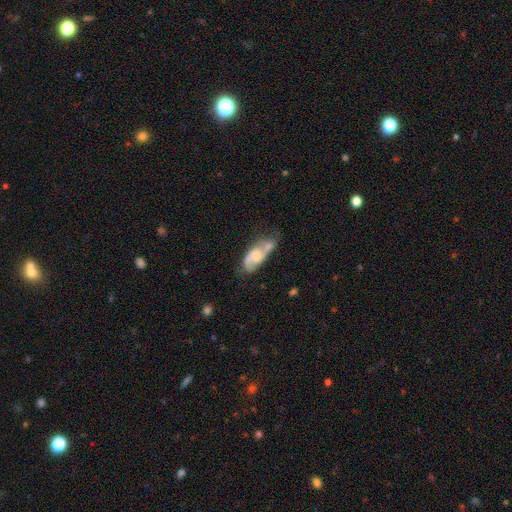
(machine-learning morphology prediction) A featured or disk galaxy (61%) with no bar (59%), spiral arms (85%) and a small central bulge (45%).

Vote fractions:
- Smooth or featured? featured or disk: 61% / smooth: 32% / star or artifact: 6%
- Edge-on disk? no: 94% / yes: 6%
- Bar? no: 59% / weak: 34% / strong: 7%
- Spiral arms? yes: 85% / no: 15%
- Bulge size? small: 45% / moderate: 35% / none: 14% / large: 5% / dominant: 1%
- Merging? none: 37% / merger: 26% / minor disturbance: 24% / major disturbance: 13%